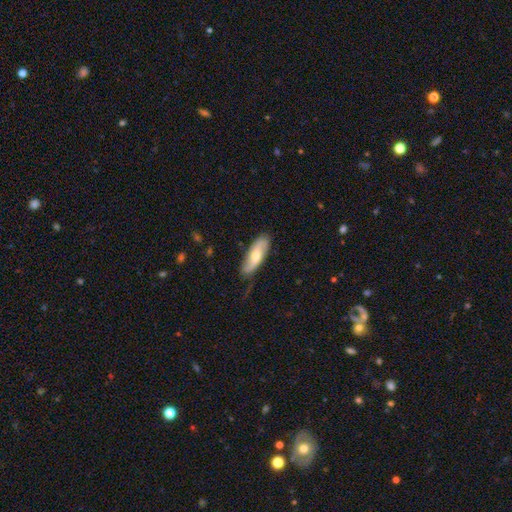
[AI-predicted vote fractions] Smooth or featured? Predicted: smooth (p=0.50). How rounded? Predicted: in between (p=0.58). Merging? Predicted: none (p=0.74).